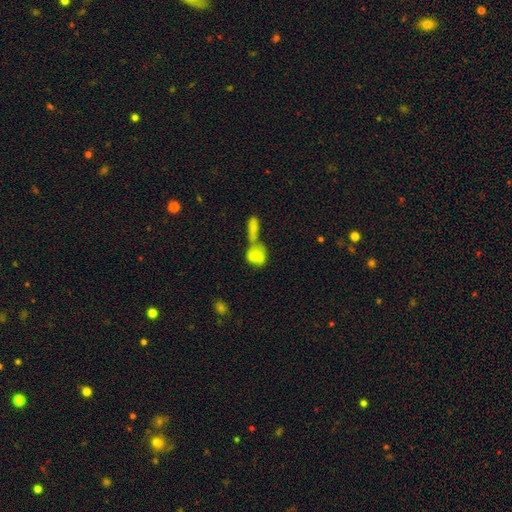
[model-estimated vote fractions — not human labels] Q: Smooth or featured?
A: smooth (74%); runner-up: featured or disk (17%)
Q: How rounded?
A: in between (59%); runner-up: round (36%)
Q: Merging?
A: merger (64%); runner-up: none (19%)